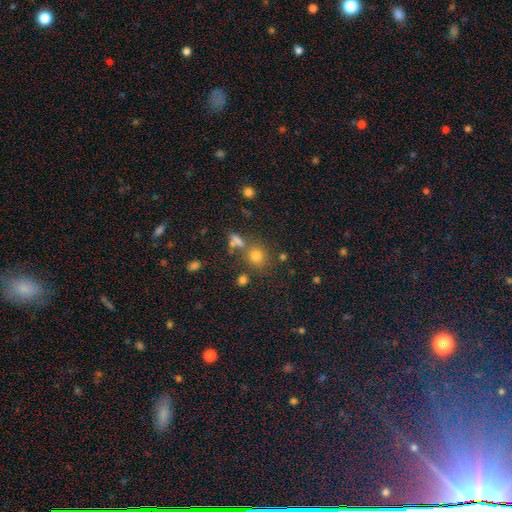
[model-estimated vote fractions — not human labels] A smooth galaxy with no disk features (69%) that is round (83%). Merging: none (67%).